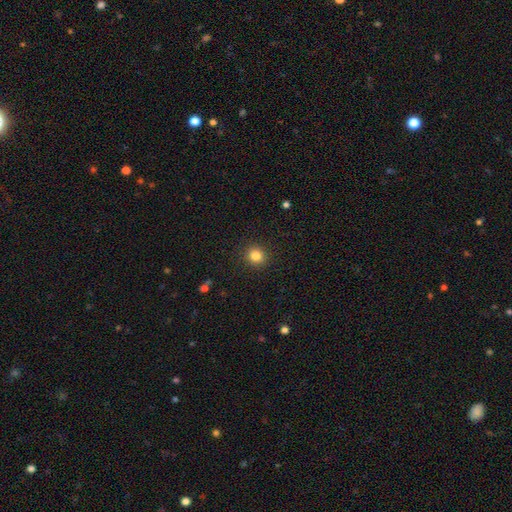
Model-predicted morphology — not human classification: type=smooth (83%); roundness=round (90%); merging=none (91%).